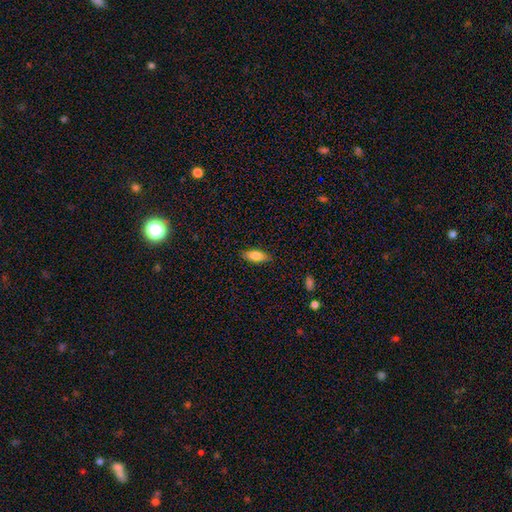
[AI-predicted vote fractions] smooth_or_featured: smooth (p=0.81) [alt: featured or disk p=0.12]
how_rounded: in between (p=0.76) [alt: cigar-shaped p=0.22]
merging: none (p=0.87) [alt: minor disturbance p=0.10]